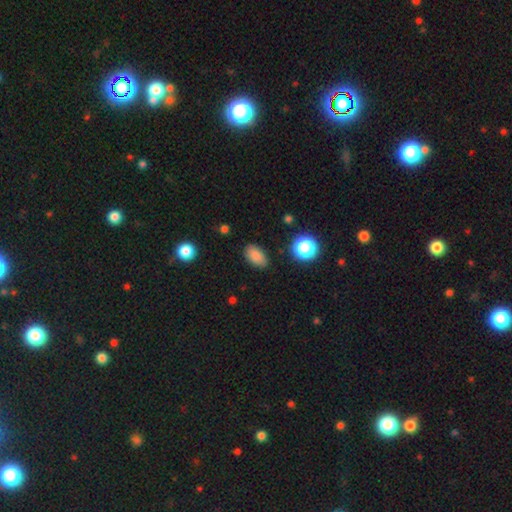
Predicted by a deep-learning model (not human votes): Q: Smooth or featured?
A: smooth (84%); runner-up: star or artifact (10%)
Q: How rounded?
A: in between (89%); runner-up: round (9%)
Q: Merging?
A: none (83%); runner-up: minor disturbance (12%)